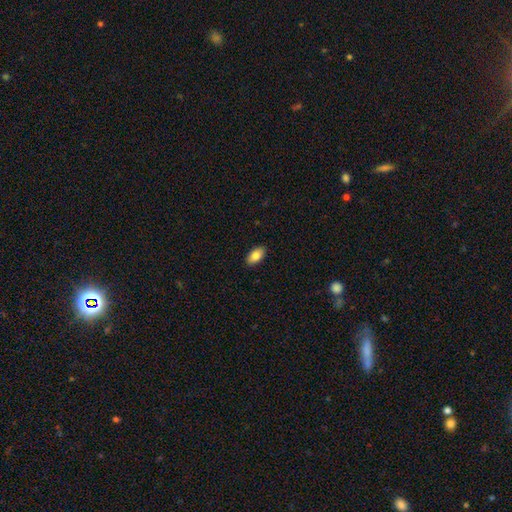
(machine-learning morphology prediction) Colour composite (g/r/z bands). It shows a smooth galaxy with no disk features (83%) that is in between round and cigar-shaped (94%). Merging: none (90%).